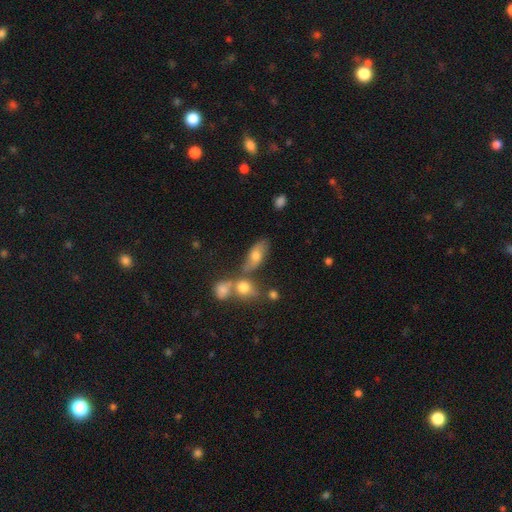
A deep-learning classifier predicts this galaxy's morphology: smooth_or_featured: smooth (p=0.62) [alt: featured or disk p=0.28]
how_rounded: in between (p=0.80) [alt: cigar-shaped p=0.11]
merging: none (p=0.52) [alt: merger p=0.26]